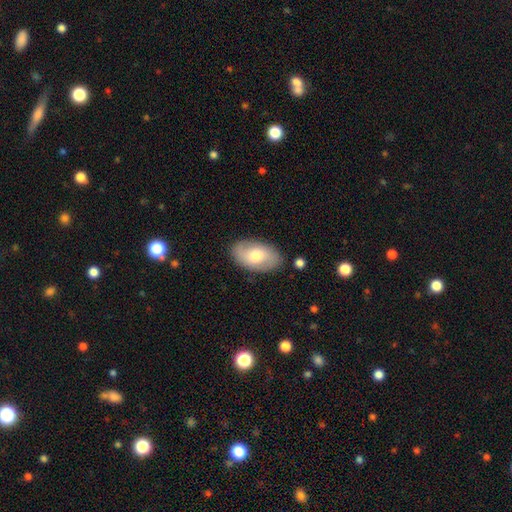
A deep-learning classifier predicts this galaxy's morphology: The model was most divided on "smooth or featured": smooth: 60%, featured or disk: 34%, star or artifact: 6%. More confident: how rounded — in between (93%); merging — none (84%).